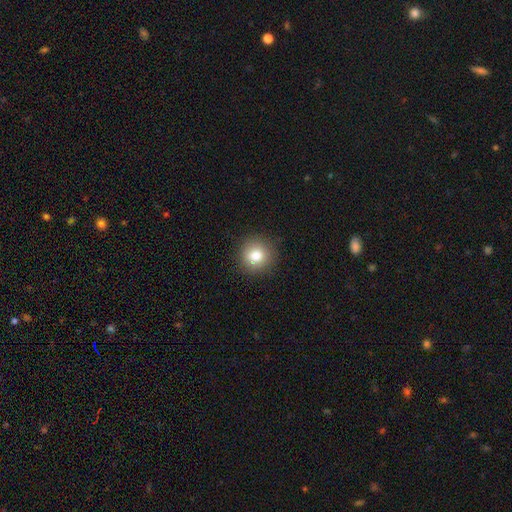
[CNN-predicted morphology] A smooth galaxy with no disk features (81%) that is round (91%).

Vote fractions:
- Smooth or featured? smooth: 81% / star or artifact: 11% / featured or disk: 8%
- How rounded? round: 91% / in between: 8% / cigar-shaped: 1%
- Merging? none: 89% / minor disturbance: 8% / major disturbance: 2% / merger: 1%